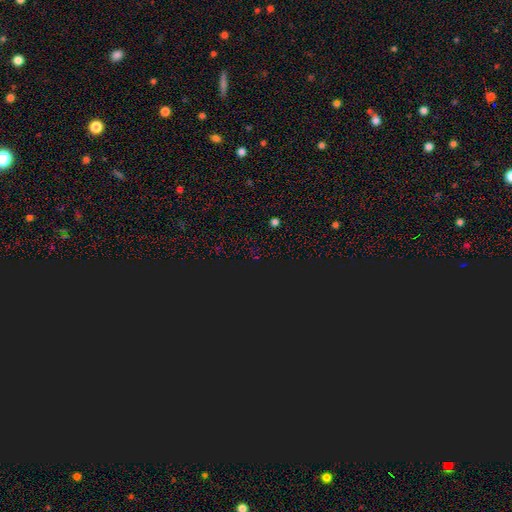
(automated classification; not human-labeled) The model was most divided on "smooth or featured": star or artifact: 76%, smooth: 18%, featured or disk: 6%.